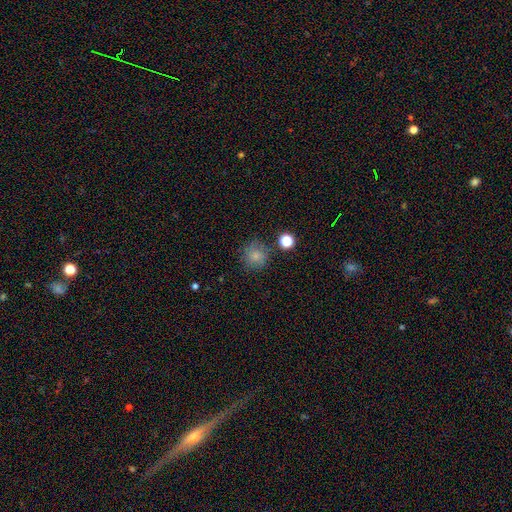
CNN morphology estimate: Q: Smooth or featured?
A: smooth (77%); runner-up: star or artifact (14%)
Q: How rounded?
A: round (89%); runner-up: in between (10%)
Q: Merging?
A: none (77%); runner-up: minor disturbance (14%)